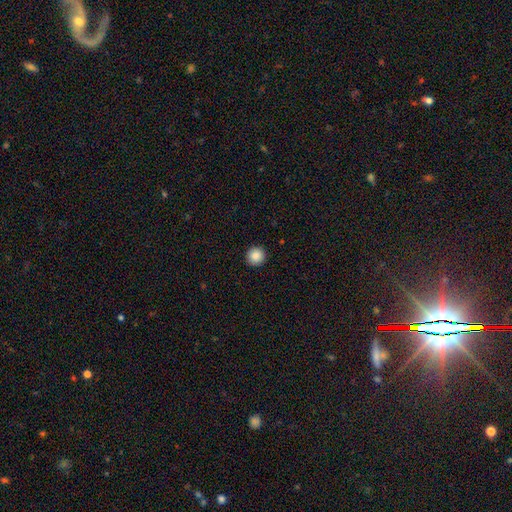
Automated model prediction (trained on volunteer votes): A smooth galaxy with no disk features (87%) that is round (96%).

Vote fractions:
- Smooth or featured? smooth: 87% / star or artifact: 9% / featured or disk: 4%
- How rounded? round: 96% / in between: 3% / cigar-shaped: 1%
- Merging? none: 93% / minor disturbance: 4% / major disturbance: 1% / merger: 1%